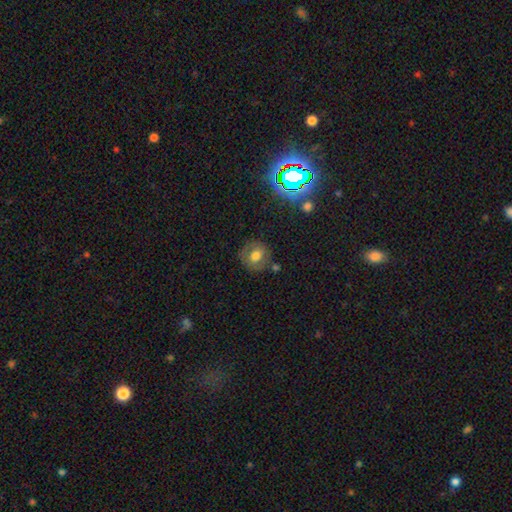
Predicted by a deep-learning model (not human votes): smooth_or_featured: smooth (p=0.59) [alt: featured or disk p=0.28]
how_rounded: round (p=0.82) [alt: in between p=0.17]
merging: none (p=0.77) [alt: minor disturbance p=0.14]